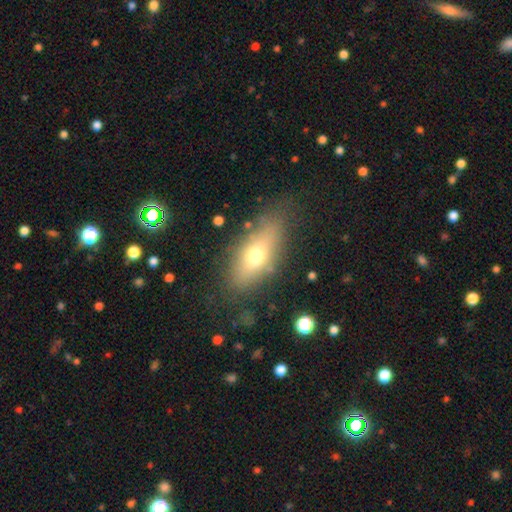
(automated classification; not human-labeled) Q: Smooth or featured?
A: smooth (62%); runner-up: featured or disk (28%)
Q: How rounded?
A: in between (73%); runner-up: cigar-shaped (22%)
Q: Merging?
A: none (75%); runner-up: minor disturbance (16%)